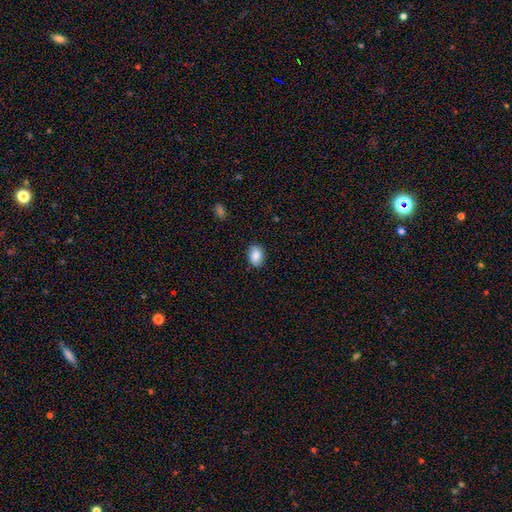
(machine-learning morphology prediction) This appears to be a smooth galaxy with no disk features (87%) that is in between round and cigar-shaped (73%). Merging: none (87%).